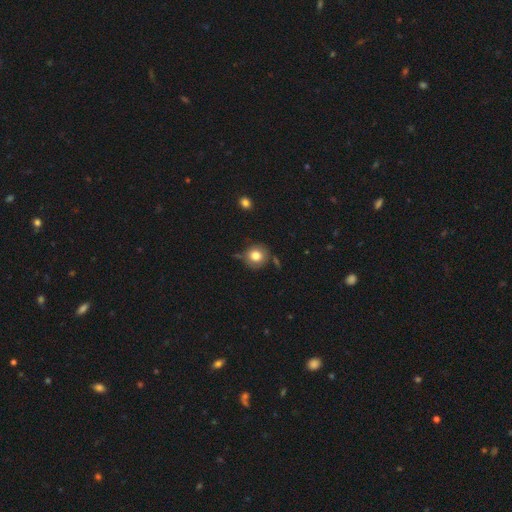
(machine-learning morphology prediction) Smooth or featured: smooth — 80% (featured or disk — 10%)
How rounded: round — 90% (in between — 9%)
Merging: none — 74% (minor disturbance — 16%)